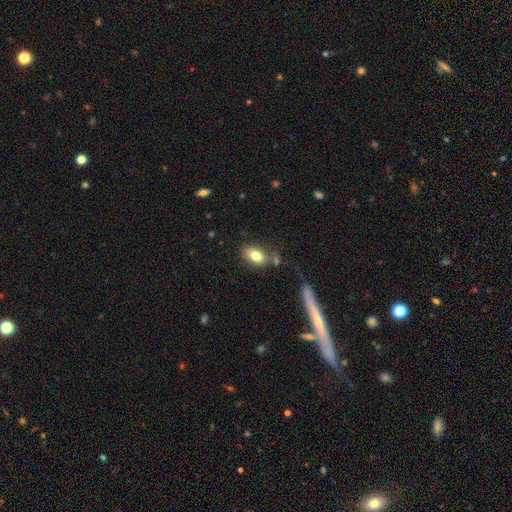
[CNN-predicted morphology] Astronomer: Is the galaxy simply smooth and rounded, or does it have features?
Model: smooth — 80%.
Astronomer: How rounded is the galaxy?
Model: in between — 85%.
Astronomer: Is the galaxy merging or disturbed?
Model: none — 66%.